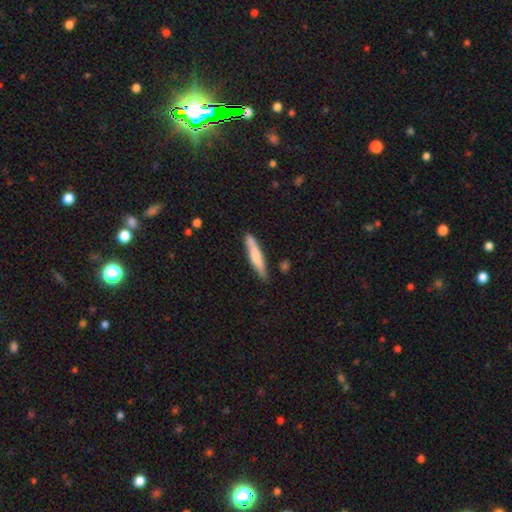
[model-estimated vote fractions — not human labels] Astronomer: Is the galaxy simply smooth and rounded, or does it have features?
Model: smooth — 65%.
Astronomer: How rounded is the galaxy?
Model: cigar-shaped — 91%.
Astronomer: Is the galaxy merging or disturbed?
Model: none — 79%.